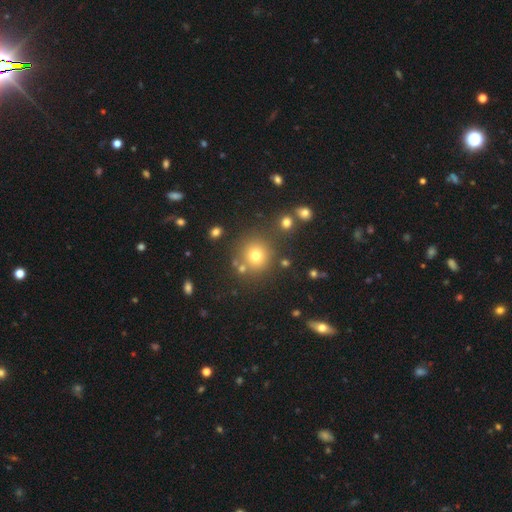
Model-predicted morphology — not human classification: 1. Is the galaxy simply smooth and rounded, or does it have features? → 73% smooth, 18% star or artifact, 9% featured or disk.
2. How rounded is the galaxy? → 92% round, 7% in between, 1% cigar-shaped.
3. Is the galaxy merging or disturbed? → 80% none, 9% minor disturbance, 8% merger, 4% major disturbance.